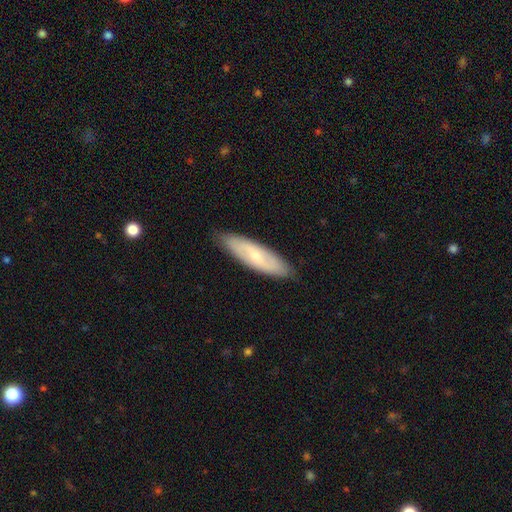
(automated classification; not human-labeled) Smooth or featured? Predicted: smooth (p=0.50). Merging? Predicted: none (p=0.85).